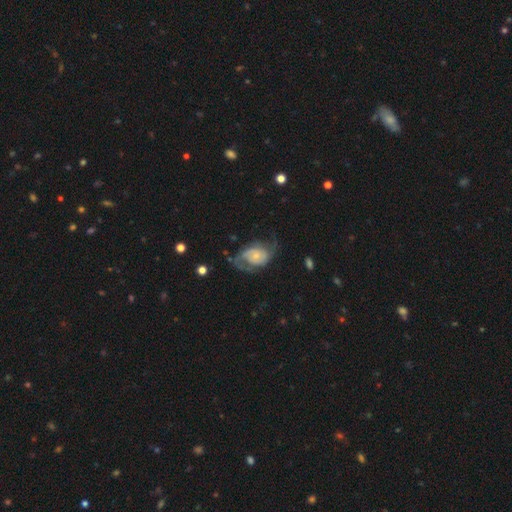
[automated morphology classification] featured or disk 74%, smooth 20%, star or artifact 6%. Down the decision tree: edge-on disk — no (97%); bar — no (68%); spiral arms — yes (89%); spiral arm count — 2 (80%); spiral winding — medium (42%); bulge size — small (65%); merging — none (51%).